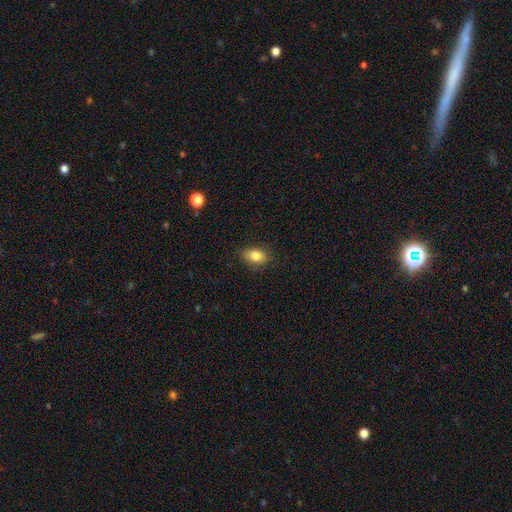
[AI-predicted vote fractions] smooth-or-featured: smooth: 82% | star or artifact: 9% | featured or disk: 9%
  how-rounded: in between: 80% | round: 18% | cigar-shaped: 2%
  merging: none: 84% | minor disturbance: 12% | major disturbance: 3% | merger: 1%